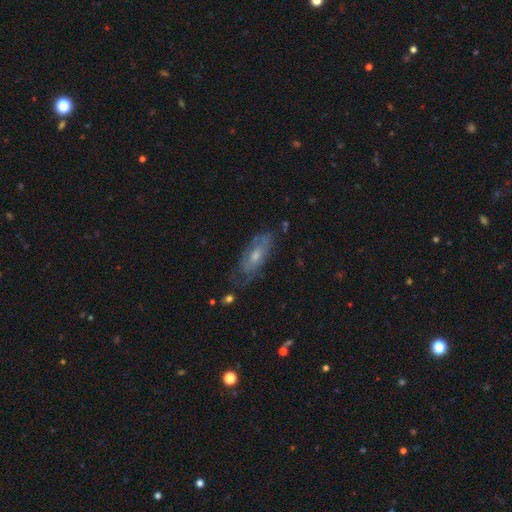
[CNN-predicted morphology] Q: Smooth or featured?
A: featured or disk (64%); runner-up: smooth (29%)
Q: Edge-on disk?
A: no (84%); runner-up: yes (16%)
Q: Bar?
A: no (70%); runner-up: weak (25%)
Q: Spiral arms?
A: yes (70%); runner-up: no (30%)
Q: Bulge size?
A: moderate (55%); runner-up: small (37%)
Q: Merging?
A: none (62%); runner-up: minor disturbance (25%)